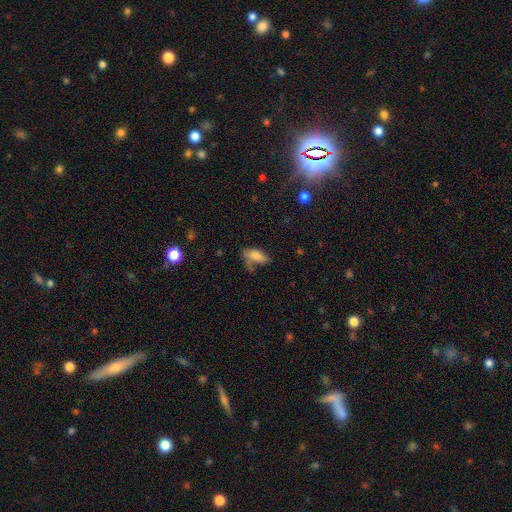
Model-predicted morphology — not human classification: smooth_or_featured: smooth (p=0.77) [alt: featured or disk p=0.14]
how_rounded: in between (p=0.83) [alt: cigar-shaped p=0.14]
merging: none (p=0.42) [alt: minor disturbance p=0.28]